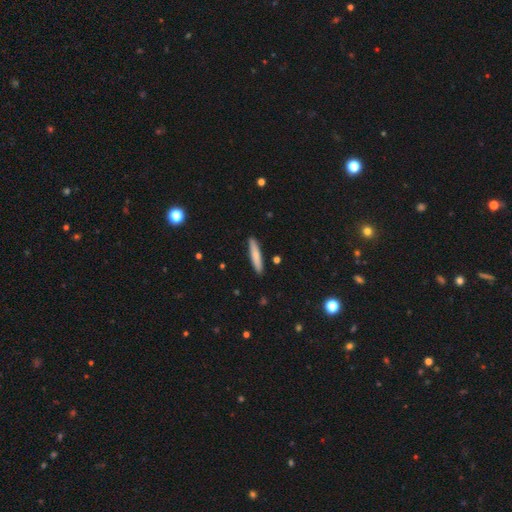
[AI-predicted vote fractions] Smooth or featured? Predicted: smooth (p=0.75). How rounded? Predicted: cigar-shaped (p=0.91). Merging? Predicted: none (p=0.90).